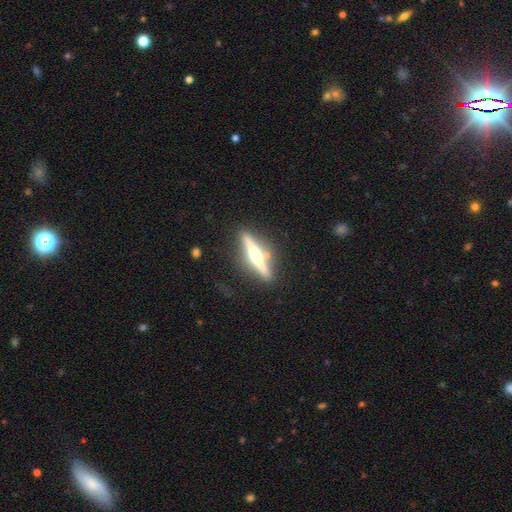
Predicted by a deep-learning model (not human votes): Smooth or featured? Predicted: featured or disk (p=0.77). Edge-on disk? Predicted: yes (p=0.97). Edge-on bulge? Predicted: rounded (p=0.92). Merging? Predicted: none (p=0.84).